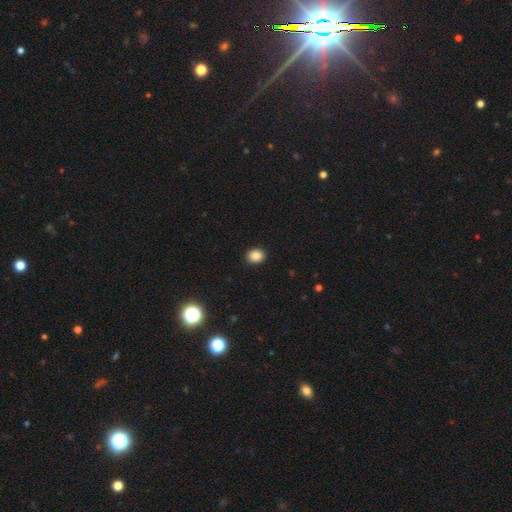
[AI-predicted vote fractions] The model was most divided on "how rounded": round: 56%, in between: 43%, cigar-shaped: 1%. More confident: merging — none (91%); smooth or featured — smooth (87%).